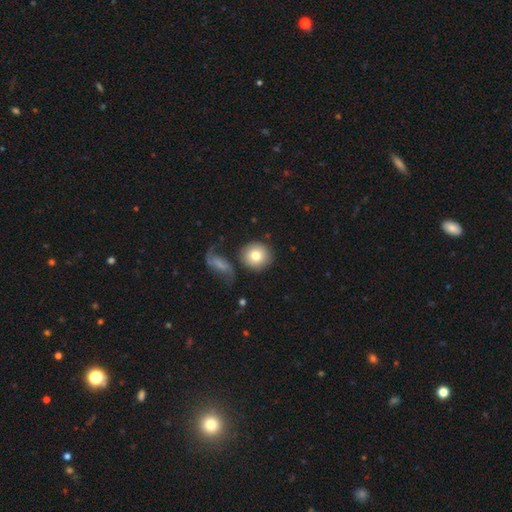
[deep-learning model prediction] This appears to be a smooth galaxy with no disk features (78%) that is round (91%). Merging: none (74%).